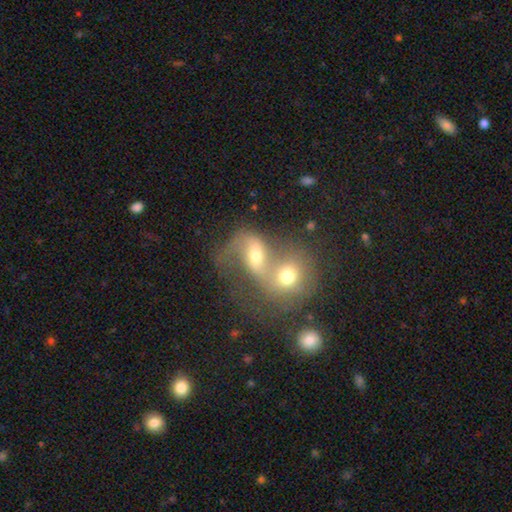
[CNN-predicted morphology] Overall: featured or disk (53%; smooth 35%). Edge-on disk: no (96%). Bar: no (48%; weak 35%). Spiral arms: yes (72%). Bulge size: moderate (61%; small 22%). Merging: merger (74%).